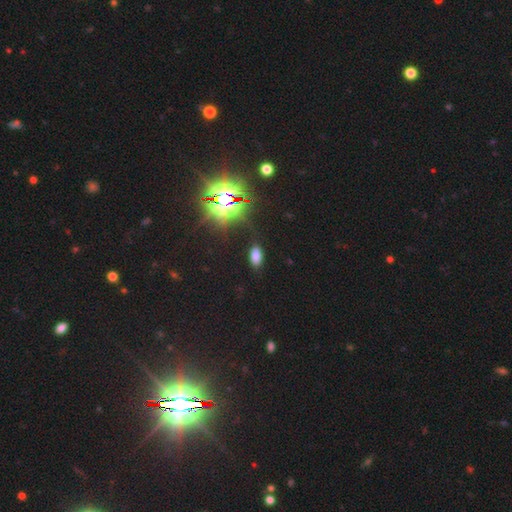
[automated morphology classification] smooth-or-featured: smooth: 69% | star or artifact: 25% | featured or disk: 6%
  how-rounded: in between: 92% | cigar-shaped: 4% | round: 4%
  merging: none: 84% | minor disturbance: 11% | major disturbance: 3% | merger: 2%